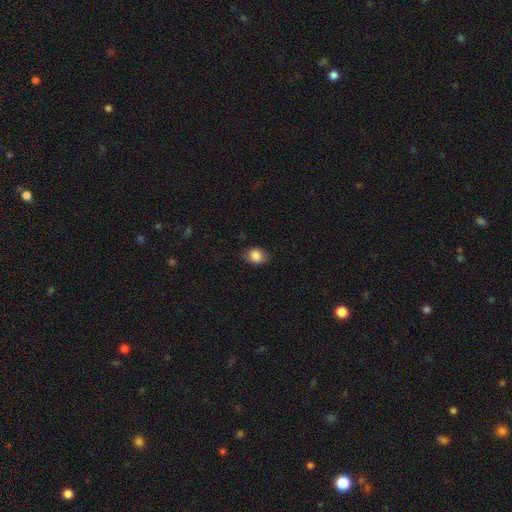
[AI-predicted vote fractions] The model was most divided on "how rounded": in between: 58%, round: 41%, cigar-shaped: 1%. More confident: smooth or featured — smooth (86%); merging — none (75%).